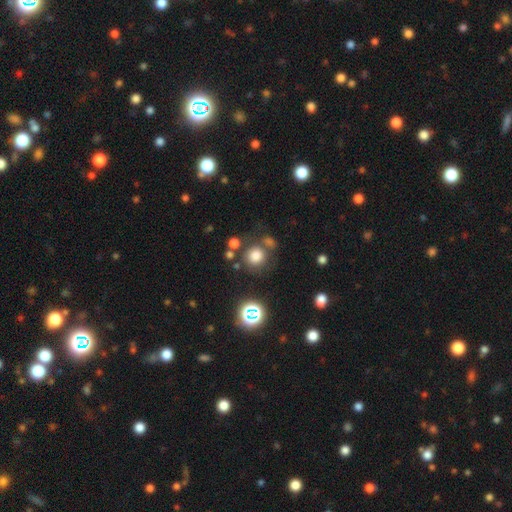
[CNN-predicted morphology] Smooth or featured? Predicted: smooth (p=0.74). How rounded? Predicted: round (p=0.91). Merging? Predicted: none (p=0.71).